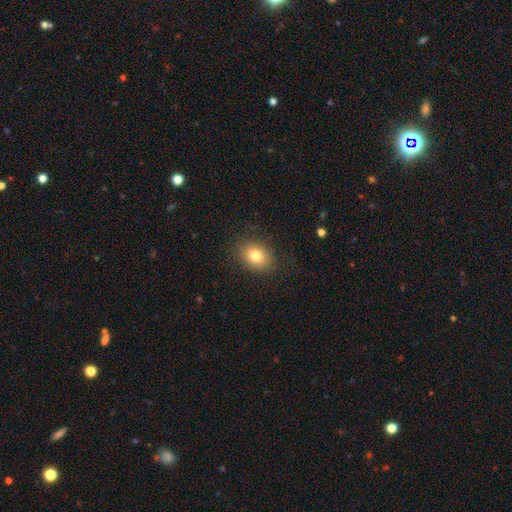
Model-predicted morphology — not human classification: The model was most divided on "how rounded": in between: 59%, round: 40%, cigar-shaped: 1%. More confident: merging — none (87%); smooth or featured — smooth (79%).